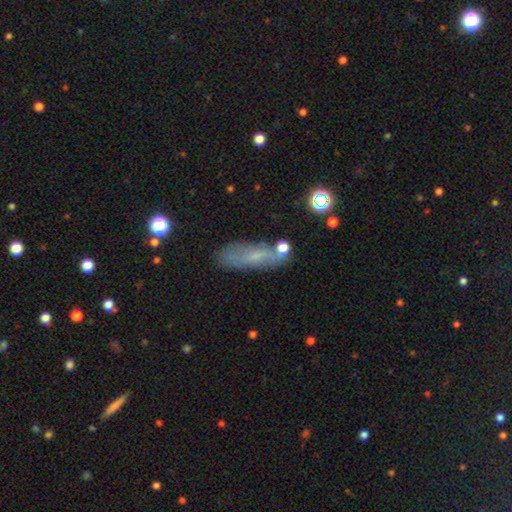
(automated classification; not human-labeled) The model was most divided on "how rounded": in between: 49%, cigar-shaped: 47%, round: 4%. More confident: merging — none (69%); smooth or featured — smooth (59%).